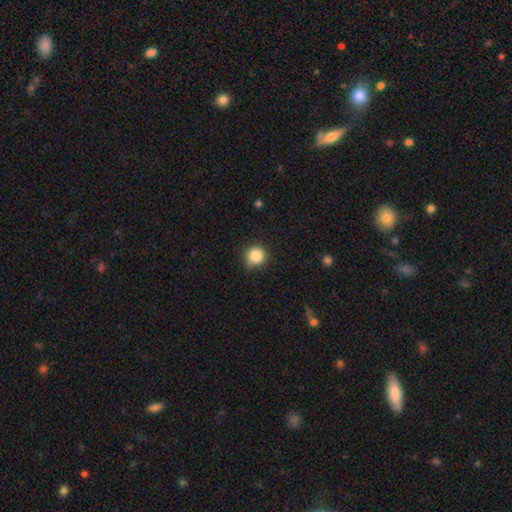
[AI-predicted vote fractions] Morphology: type=smooth (85%); roundness=round (92%); merging=none (79%).